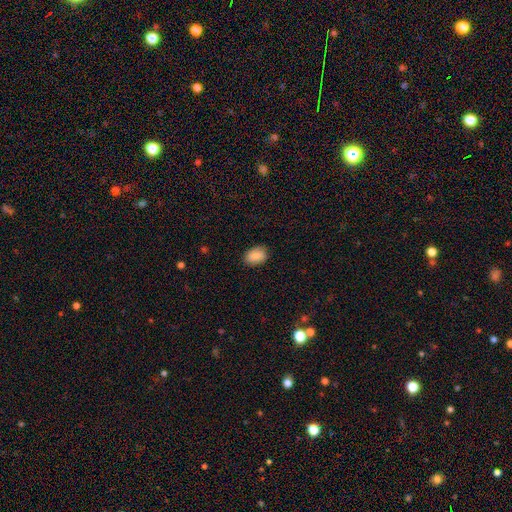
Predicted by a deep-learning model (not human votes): Overall: smooth (84%). How rounded: in between (86%). Merging: none (83%).